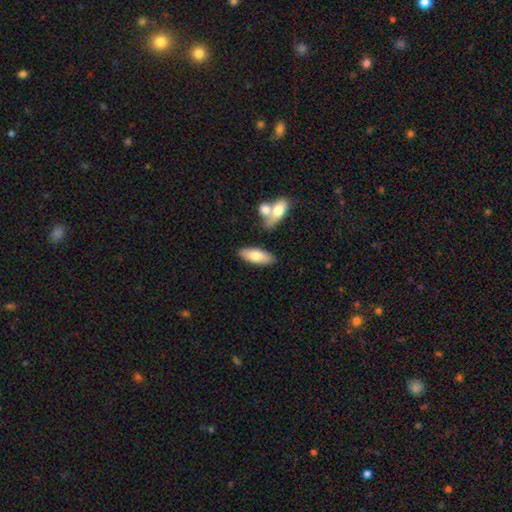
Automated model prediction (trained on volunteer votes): Smooth or featured? smooth (74%)
How rounded? in between (75%)
Merging? none (77%)